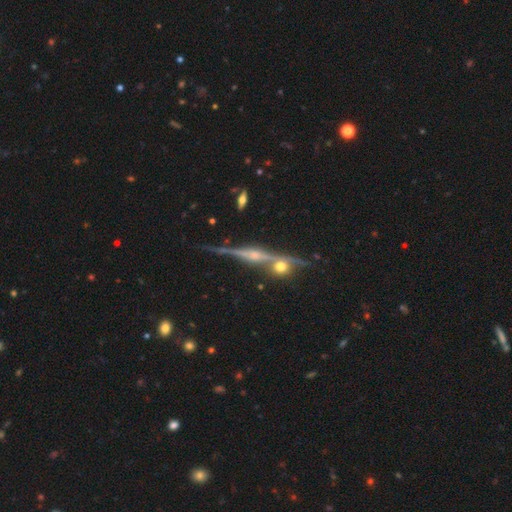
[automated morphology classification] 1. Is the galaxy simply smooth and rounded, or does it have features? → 71% featured or disk, 15% smooth, 14% star or artifact.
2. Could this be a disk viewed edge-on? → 90% yes, 10% no.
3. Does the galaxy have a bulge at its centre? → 73% rounded, 17% none, 10% boxy.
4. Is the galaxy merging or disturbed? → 51% none, 30% merger, 11% minor disturbance, 7% major disturbance.